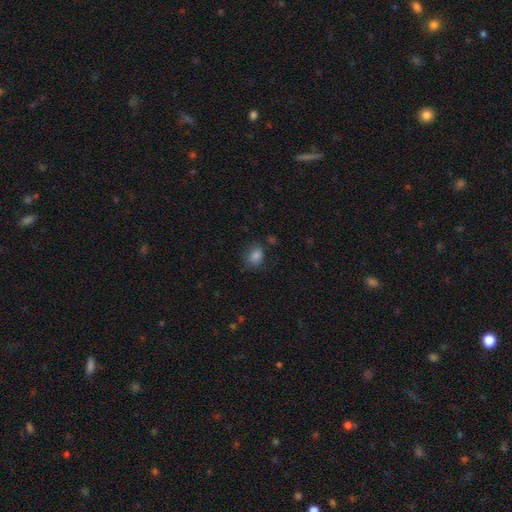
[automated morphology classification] Smooth or featured? smooth (83%)
How rounded? in between (53%)
Merging? none (71%)